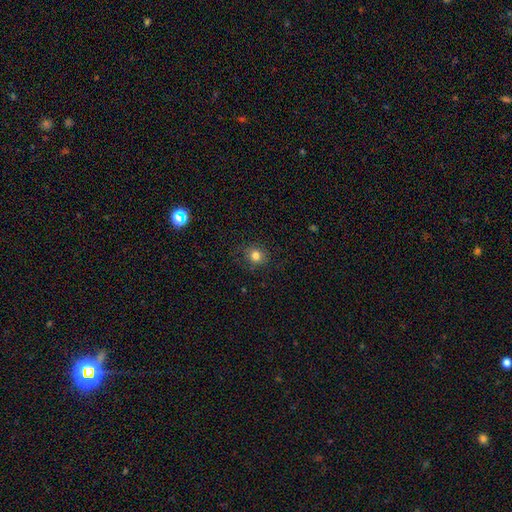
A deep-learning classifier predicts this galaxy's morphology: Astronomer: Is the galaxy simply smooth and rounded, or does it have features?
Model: smooth — 80%.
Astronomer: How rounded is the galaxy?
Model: round — 84%.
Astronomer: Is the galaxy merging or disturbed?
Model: none — 82%.